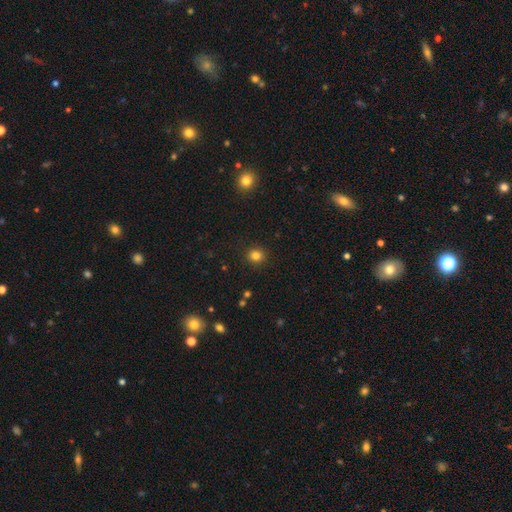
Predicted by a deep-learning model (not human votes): This is clearly a smooth galaxy (82%). How rounded: clearly round (87%). Merging: clearly none (91%).